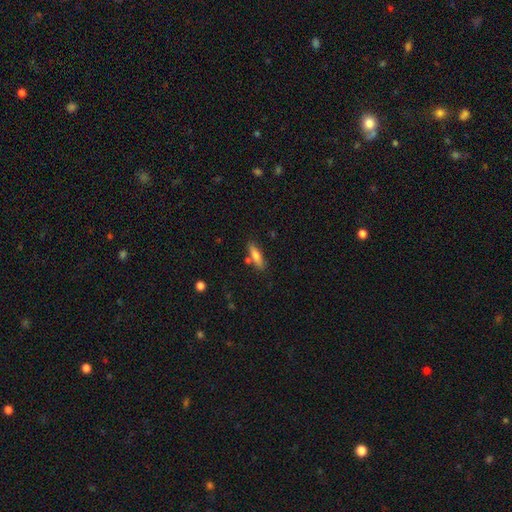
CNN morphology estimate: type=smooth (73%); roundness=cigar-shaped (61%); merging=none (76%).